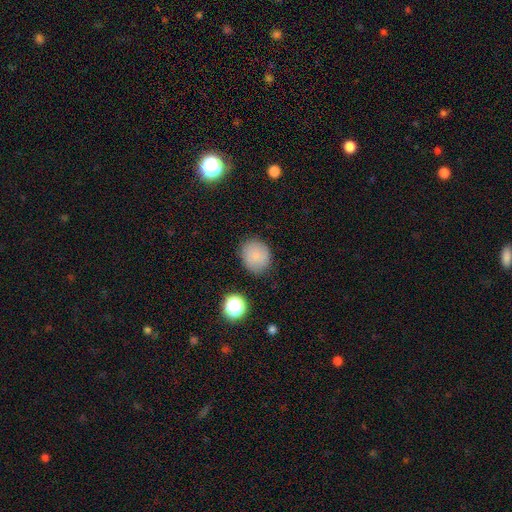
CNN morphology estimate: Q: Smooth or featured?
A: smooth (82%); runner-up: star or artifact (11%)
Q: How rounded?
A: round (70%); runner-up: in between (29%)
Q: Merging?
A: none (82%); runner-up: minor disturbance (12%)